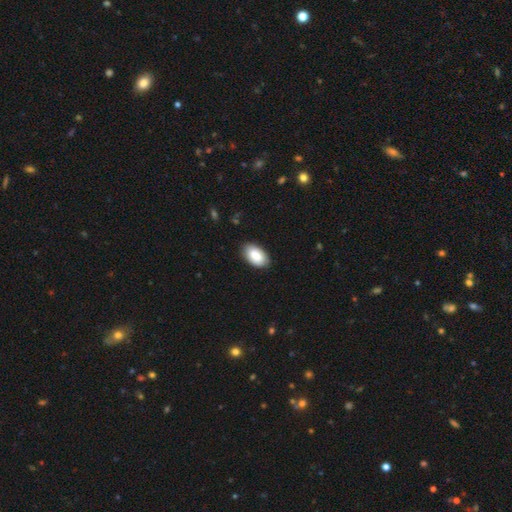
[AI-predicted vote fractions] A smooth galaxy with no disk features (88%) that is in between round and cigar-shaped (95%).

Vote fractions:
- Smooth or featured? smooth: 88% / featured or disk: 6% / star or artifact: 6%
- How rounded? in between: 95% / round: 4% / cigar-shaped: 1%
- Merging? none: 86% / minor disturbance: 11% / major disturbance: 2% / merger: 1%